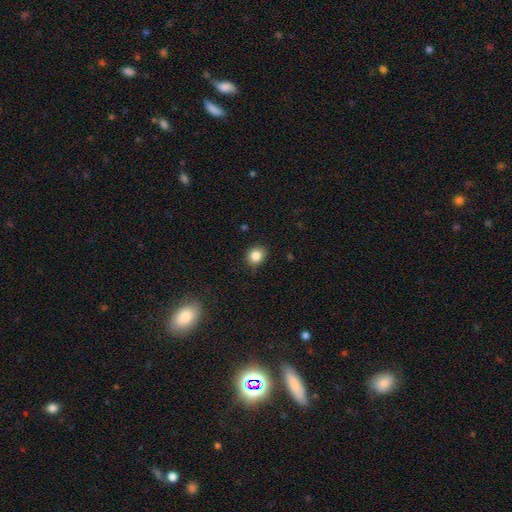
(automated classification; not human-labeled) Q: Smooth or featured?
A: smooth (84%); runner-up: star or artifact (10%)
Q: How rounded?
A: round (68%); runner-up: in between (31%)
Q: Merging?
A: none (83%); runner-up: minor disturbance (13%)